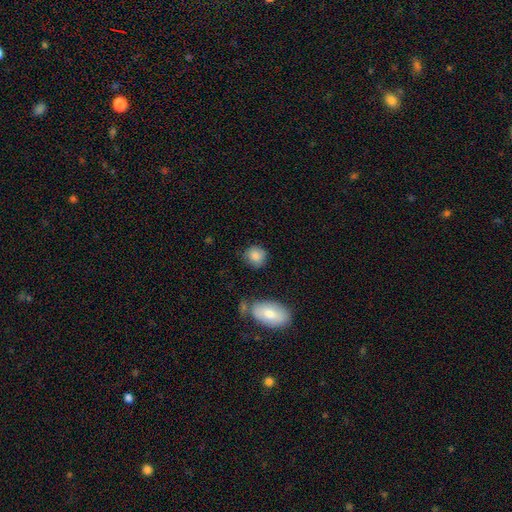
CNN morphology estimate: smooth-or-featured: smooth: 85% | star or artifact: 8% | featured or disk: 7%
  how-rounded: round: 80% | in between: 19% | cigar-shaped: 1%
  merging: none: 77% | minor disturbance: 15% | merger: 5% | major disturbance: 4%